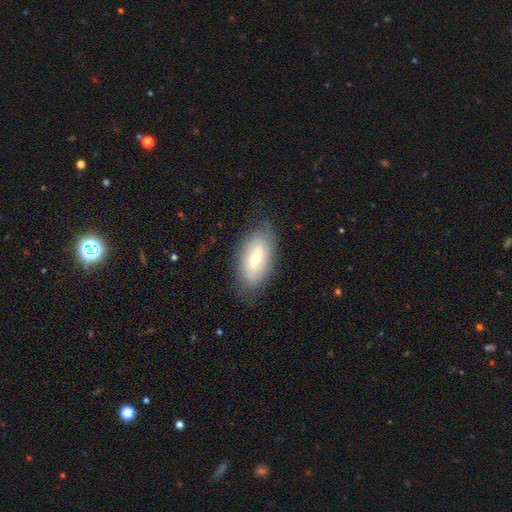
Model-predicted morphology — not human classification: Smooth or featured: smooth — 46% (featured or disk — 44%)
Merging: none — 82% (minor disturbance — 13%)